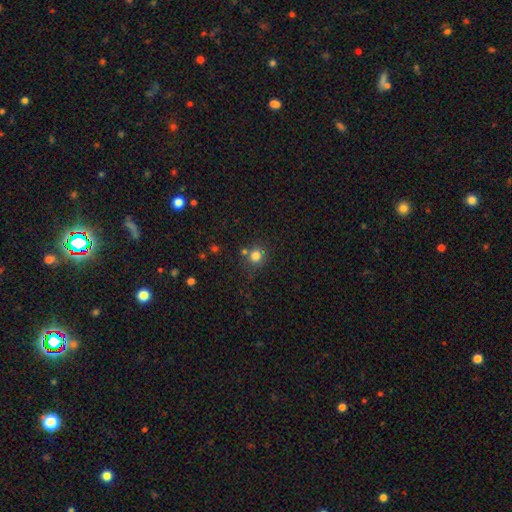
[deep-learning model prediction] This appears to be a smooth galaxy with no disk features (81%) that is round (88%). Merging: none (71%).